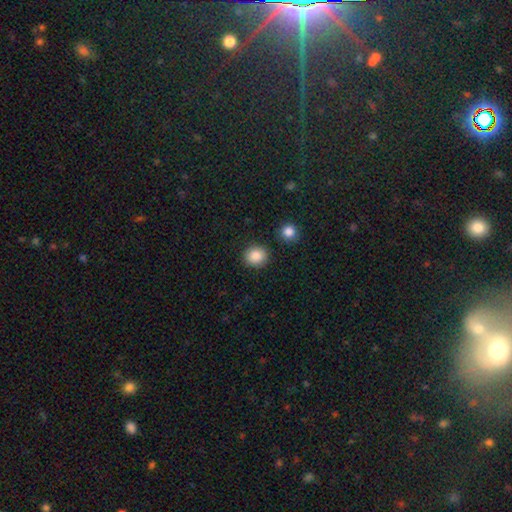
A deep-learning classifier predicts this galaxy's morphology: The model was most divided on "how rounded": round: 83%, in between: 16%, cigar-shaped: 1%. More confident: merging — none (88%); smooth or featured — smooth (88%).